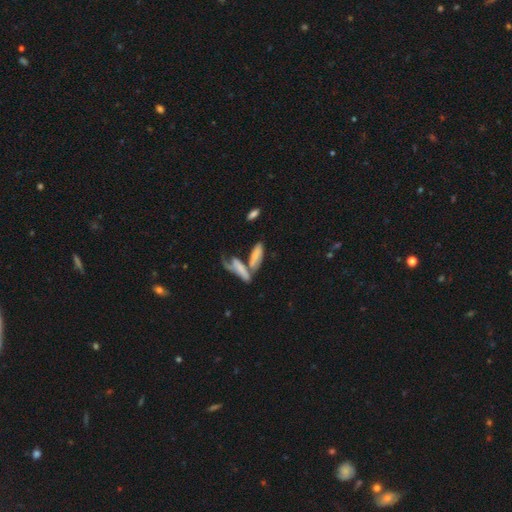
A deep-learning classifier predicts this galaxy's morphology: Q: Smooth or featured?
A: smooth (65%); runner-up: featured or disk (26%)
Q: How rounded?
A: in between (50%); runner-up: cigar-shaped (47%)
Q: Merging?
A: merger (47%); runner-up: none (31%)